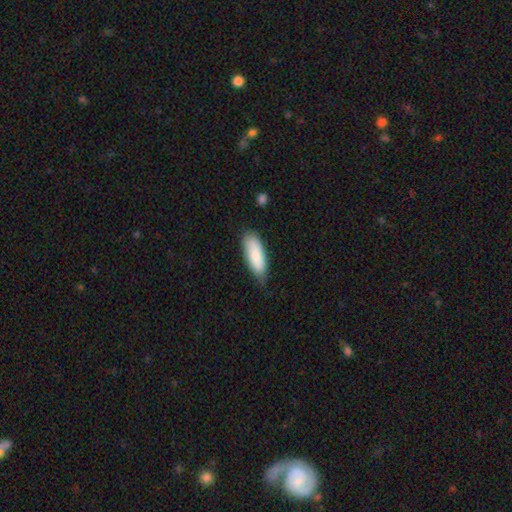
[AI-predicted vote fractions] Smooth or featured: smooth — 85% (featured or disk — 10%)
How rounded: in between — 72% (cigar-shaped — 27%)
Merging: none — 72% (minor disturbance — 23%)